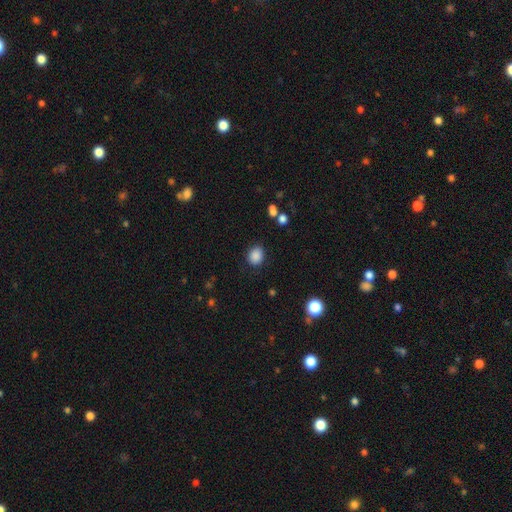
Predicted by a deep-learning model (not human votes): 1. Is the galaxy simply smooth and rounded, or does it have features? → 87% smooth, 10% star or artifact, 3% featured or disk.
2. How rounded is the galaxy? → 61% round, 38% in between, 1% cigar-shaped.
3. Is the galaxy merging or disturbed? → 85% none, 10% minor disturbance, 3% major disturbance, 2% merger.